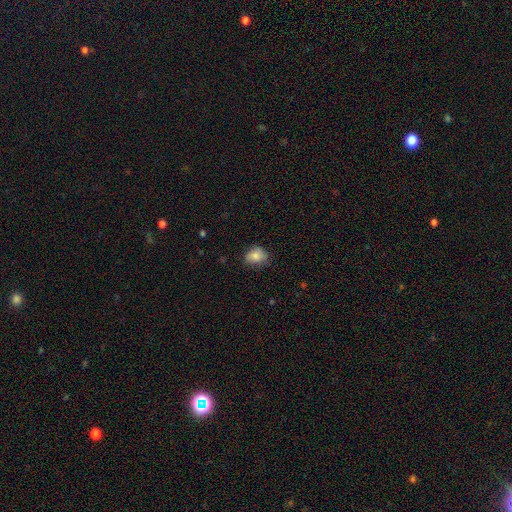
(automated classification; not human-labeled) Smooth or featured?
  - smooth: 80% *
  - featured or disk: 12%
  - star or artifact: 8%
How rounded?
  - in between: 58% *
  - round: 41%
  - cigar-shaped: 1%
Merging?
  - none: 65% *
  - minor disturbance: 28%
  - major disturbance: 6%
  - merger: 1%